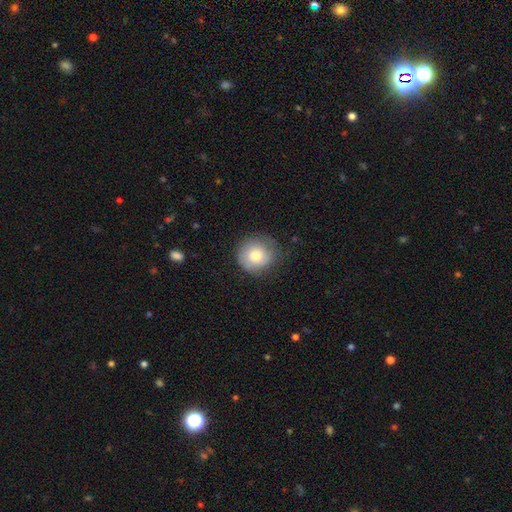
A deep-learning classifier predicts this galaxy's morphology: smooth_or_featured: smooth (p=0.79) [alt: featured or disk p=0.13]
how_rounded: round (p=0.90) [alt: in between p=0.09]
merging: none (p=0.72) [alt: minor disturbance p=0.21]